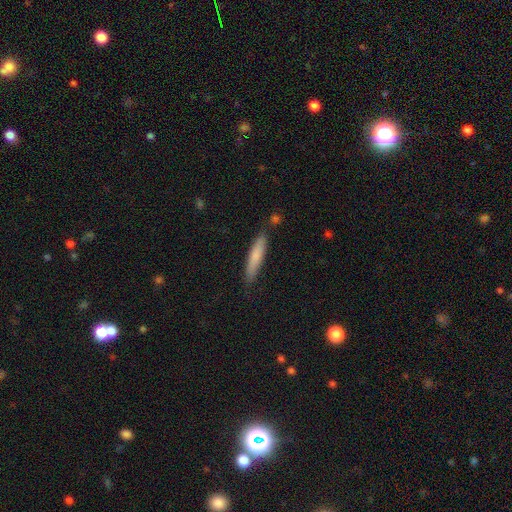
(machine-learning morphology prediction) smooth-or-featured: smooth: 74% | featured or disk: 20% | star or artifact: 6%
  how-rounded: cigar-shaped: 88% | in between: 11% | round: 1%
  merging: none: 80% | minor disturbance: 14% | merger: 3% | major disturbance: 2%